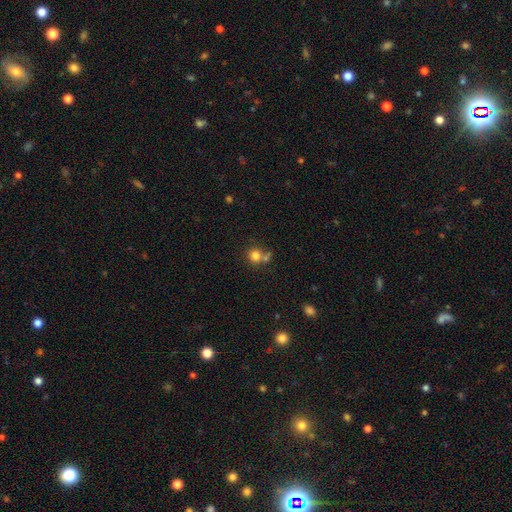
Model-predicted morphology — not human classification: This is likely a smooth galaxy (80%). How rounded: clearly round (88%). Merging: possibly none (53%).